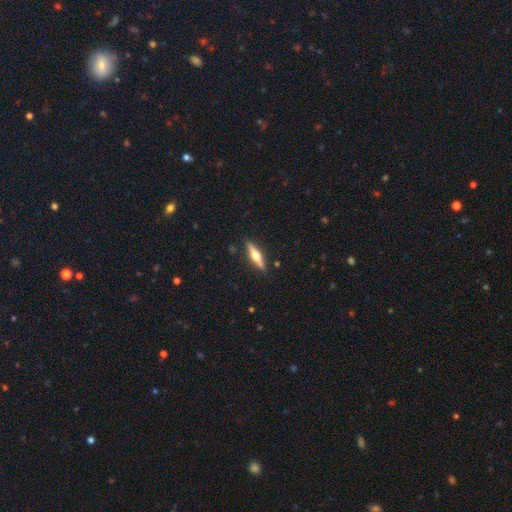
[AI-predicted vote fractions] This is likely a featured or disk galaxy (63%). It is clearly viewed edge-on (96%). Edge-on bulge: clearly rounded (95%). Merging: clearly none (89%).